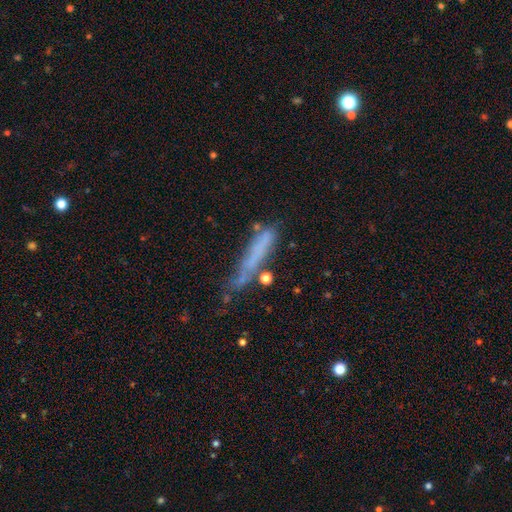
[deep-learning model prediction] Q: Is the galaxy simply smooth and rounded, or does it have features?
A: smooth — 54%.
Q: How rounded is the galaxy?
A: cigar-shaped — 90%.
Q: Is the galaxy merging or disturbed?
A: none — 49%.